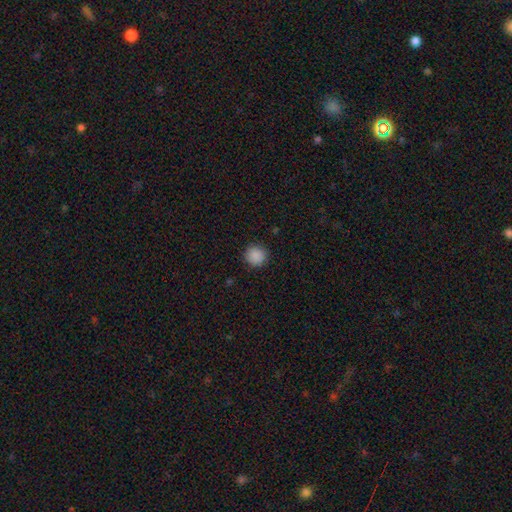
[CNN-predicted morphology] smooth-or-featured: smooth: 88% | star or artifact: 9% | featured or disk: 3%
  how-rounded: round: 93% | in between: 6% | cigar-shaped: 1%
  merging: none: 91% | minor disturbance: 6% | major disturbance: 2% | merger: 1%